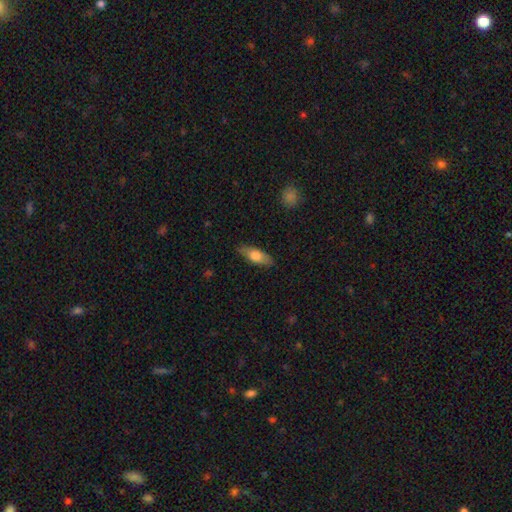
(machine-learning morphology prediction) Smooth or featured? Predicted: smooth (p=0.68). How rounded? Predicted: in between (p=0.68). Merging? Predicted: none (p=0.85).